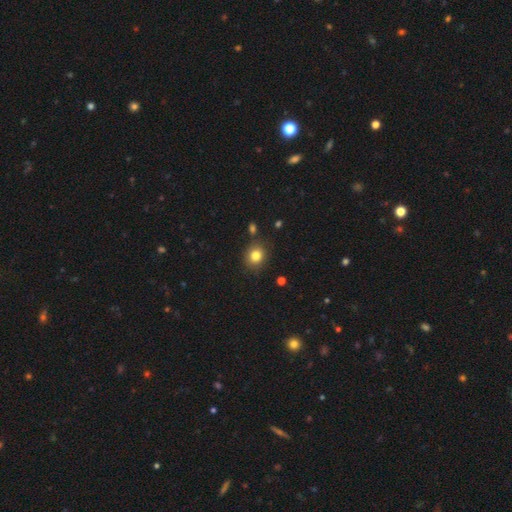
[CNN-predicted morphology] Smooth or featured? smooth (82%)
How rounded? round (73%)
Merging? none (83%)